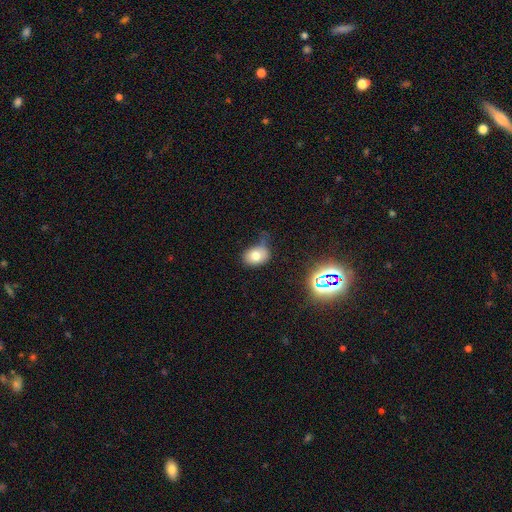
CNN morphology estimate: This appears to be a smooth galaxy with no disk features (73%) that is in between round and cigar-shaped (64%). Merging: none (45%).